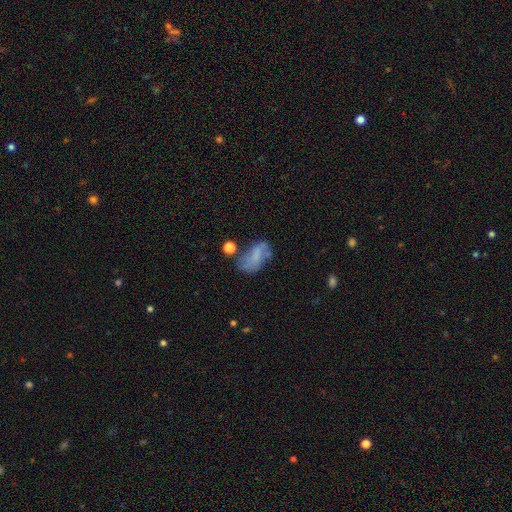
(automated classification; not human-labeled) Smooth or featured?
  - smooth: 52% *
  - featured or disk: 35%
  - star or artifact: 12%
How rounded?
  - in between: 89% *
  - round: 7%
  - cigar-shaped: 4%
Merging?
  - none: 40% *
  - minor disturbance: 26%
  - major disturbance: 21%
  - merger: 12%